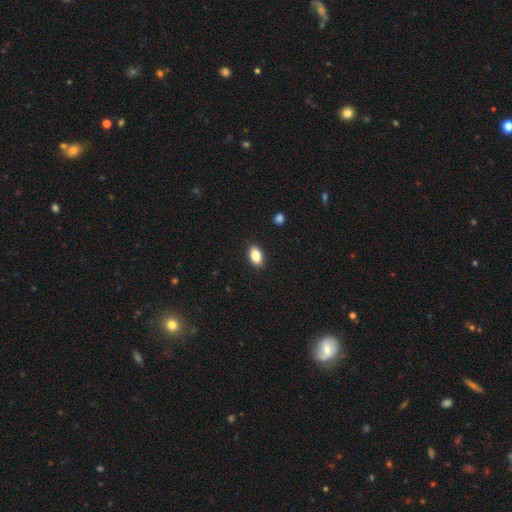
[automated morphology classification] type=smooth (83%); roundness=in between (89%); merging=none (90%).